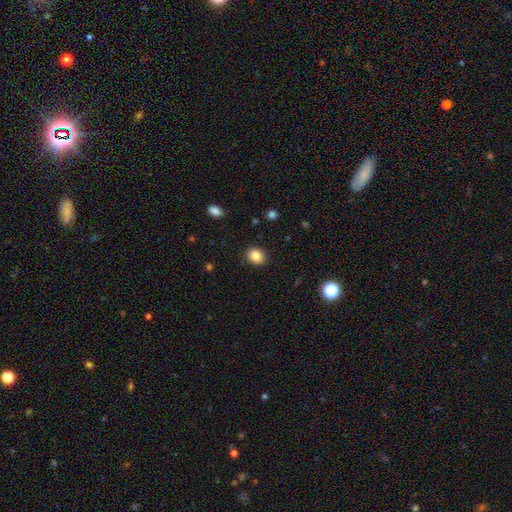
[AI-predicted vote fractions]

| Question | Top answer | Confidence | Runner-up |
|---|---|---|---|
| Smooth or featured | smooth | 86% | star or artifact (10%) |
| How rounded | round | 62% | in between (37%) |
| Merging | none | 90% | minor disturbance (7%) |